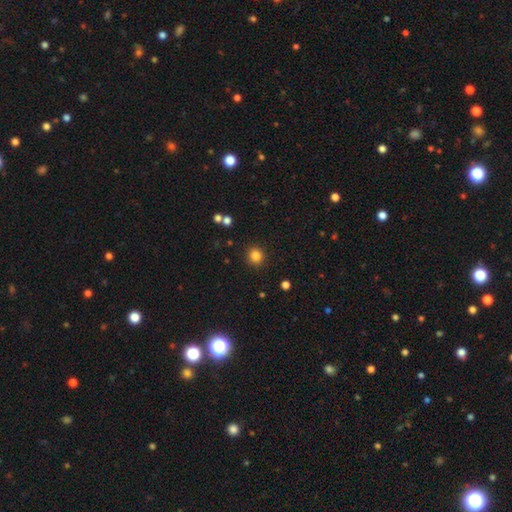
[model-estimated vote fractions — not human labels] A smooth galaxy with no disk features (84%) that is round (90%). Merging: none (90%).